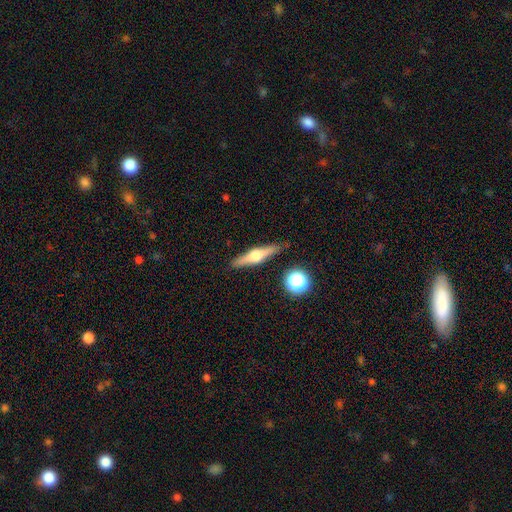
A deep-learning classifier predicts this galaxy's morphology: The model was most divided on "smooth or featured": featured or disk: 68%, smooth: 26%, star or artifact: 7%. More confident: edge-on disk — yes (97%); edge-on bulge — rounded (94%); merging — none (88%).